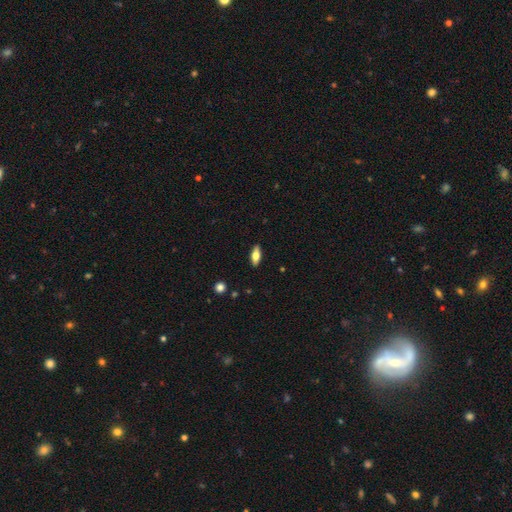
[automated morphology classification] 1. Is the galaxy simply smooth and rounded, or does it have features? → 64% smooth, 30% featured or disk, 6% star or artifact.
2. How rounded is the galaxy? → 76% in between, 21% cigar-shaped, 3% round.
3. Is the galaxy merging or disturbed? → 90% none, 8% minor disturbance, 2% major disturbance, 1% merger.